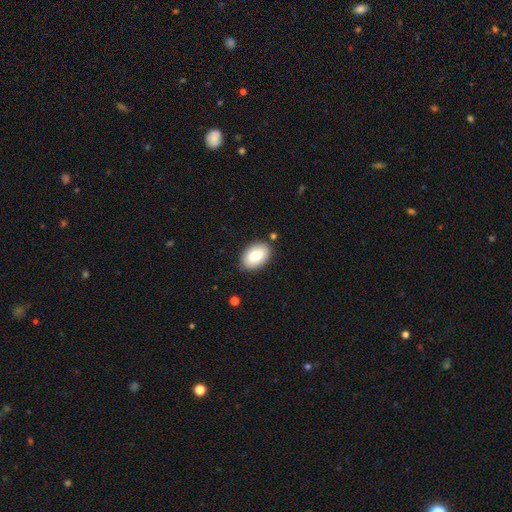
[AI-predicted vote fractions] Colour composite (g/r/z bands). It shows a smooth galaxy with no disk features (80%) that is in between round and cigar-shaped (91%). Merging: none (85%).